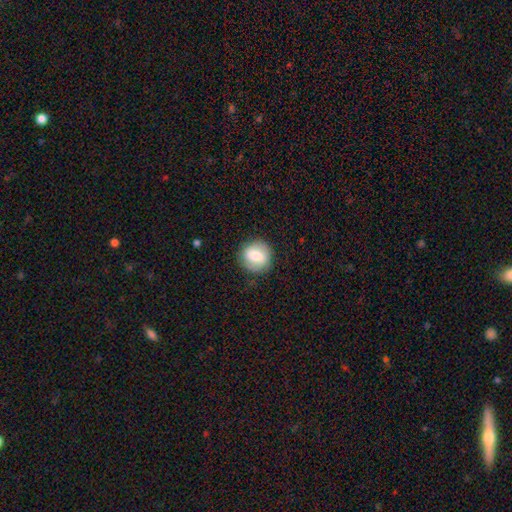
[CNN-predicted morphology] smooth-or-featured: smooth: 64% | featured or disk: 29% | star or artifact: 7%
  how-rounded: round: 89% | in between: 10% | cigar-shaped: 1%
  merging: none: 86% | minor disturbance: 10% | major disturbance: 3% | merger: 1%